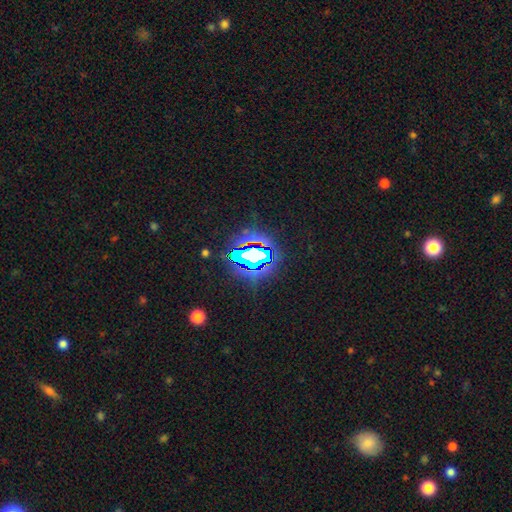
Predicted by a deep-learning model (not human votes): Overall: star or artifact (72%).